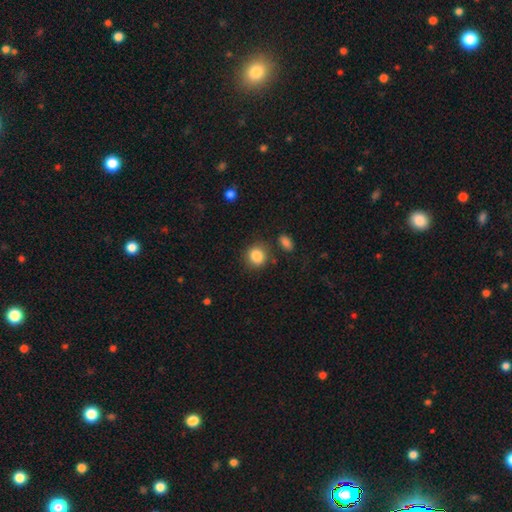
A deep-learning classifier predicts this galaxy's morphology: Smooth or featured?
  - smooth: 85% *
  - star or artifact: 9%
  - featured or disk: 5%
How rounded?
  - round: 80% *
  - in between: 19%
  - cigar-shaped: 1%
Merging?
  - none: 81% *
  - minor disturbance: 11%
  - merger: 5%
  - major disturbance: 3%